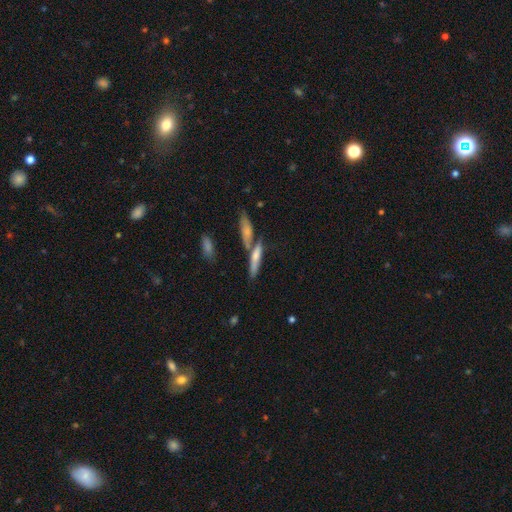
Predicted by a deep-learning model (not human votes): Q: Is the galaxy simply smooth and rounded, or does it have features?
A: smooth — 58%.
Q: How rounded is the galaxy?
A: cigar-shaped — 76%.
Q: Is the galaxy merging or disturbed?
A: none — 53%.